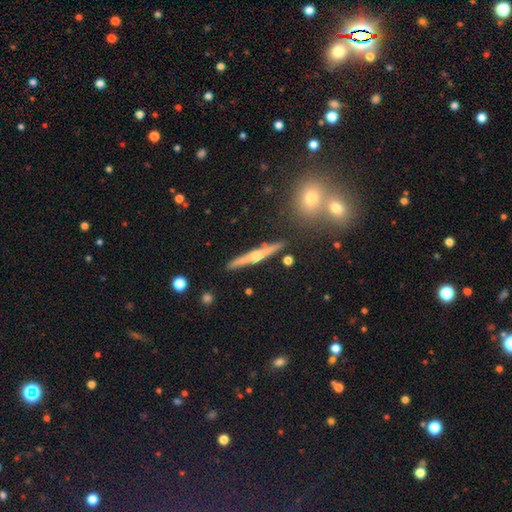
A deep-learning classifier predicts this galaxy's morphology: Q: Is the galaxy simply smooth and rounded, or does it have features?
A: featured or disk — 75%.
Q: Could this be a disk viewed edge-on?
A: yes — 98%.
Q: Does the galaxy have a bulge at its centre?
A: rounded — 90%.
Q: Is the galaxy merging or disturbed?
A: none — 90%.